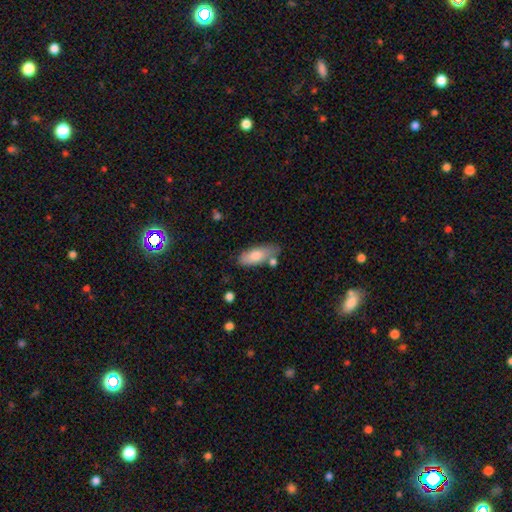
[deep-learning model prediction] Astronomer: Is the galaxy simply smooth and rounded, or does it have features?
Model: smooth — 75%.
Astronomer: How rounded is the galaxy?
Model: in between — 81%.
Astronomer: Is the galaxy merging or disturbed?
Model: none — 68%.